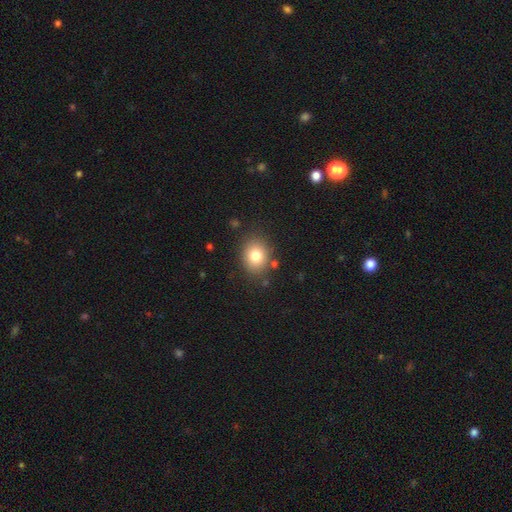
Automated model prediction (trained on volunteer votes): smooth 79%, star or artifact 11%, featured or disk 10%. Down the decision tree: how rounded — round (55%); merging — none (83%).